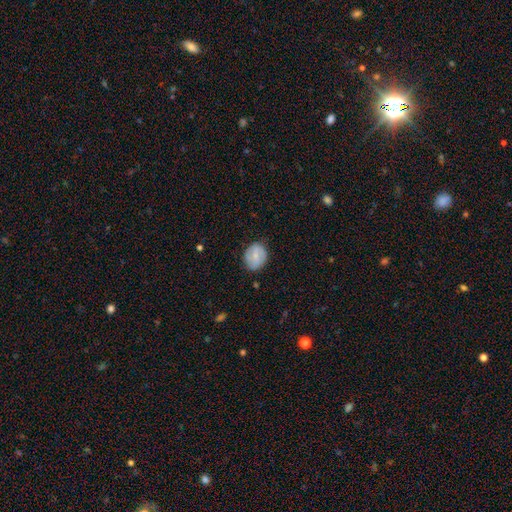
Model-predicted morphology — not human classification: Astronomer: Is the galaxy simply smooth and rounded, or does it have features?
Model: smooth — 55% (runner-up: featured or disk, 38%).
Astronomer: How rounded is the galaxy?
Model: round — 57% (runner-up: in between, 42%).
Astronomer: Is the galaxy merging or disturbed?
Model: none — 79%.